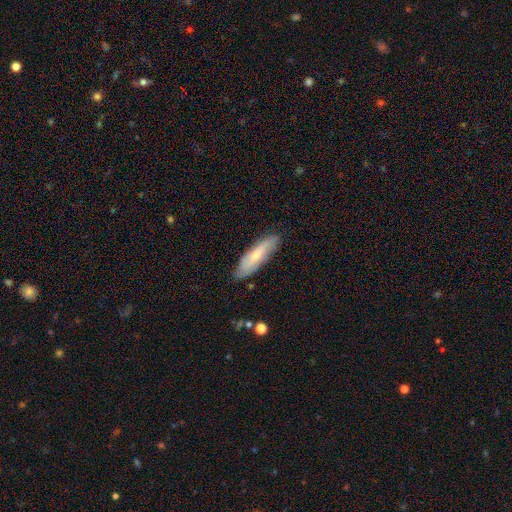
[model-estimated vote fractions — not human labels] Smooth or featured? smooth (64%)
How rounded? cigar-shaped (68%)
Merging? none (82%)